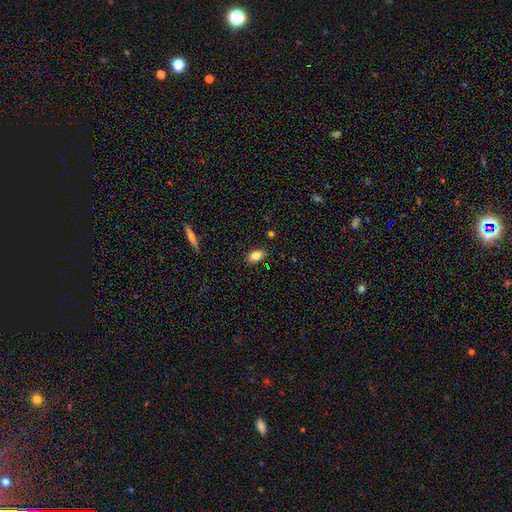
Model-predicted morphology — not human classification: smooth 81%, featured or disk 10%, star or artifact 9%. Down the decision tree: how rounded — in between (87%); merging — none (87%).